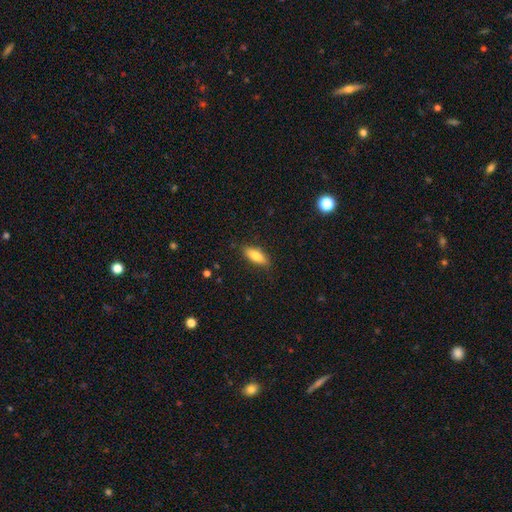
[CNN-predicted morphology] Smooth or featured? smooth (79%)
How rounded? in between (69%)
Merging? none (86%)